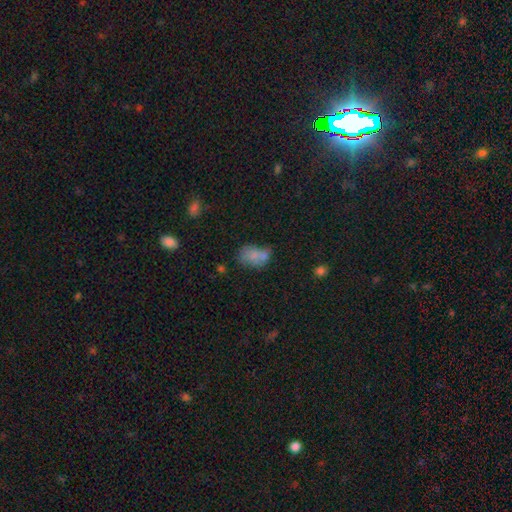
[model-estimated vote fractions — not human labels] This appears to be a smooth galaxy with no disk features (69%) that is in between round and cigar-shaped (79%). Merging: merger (36%).